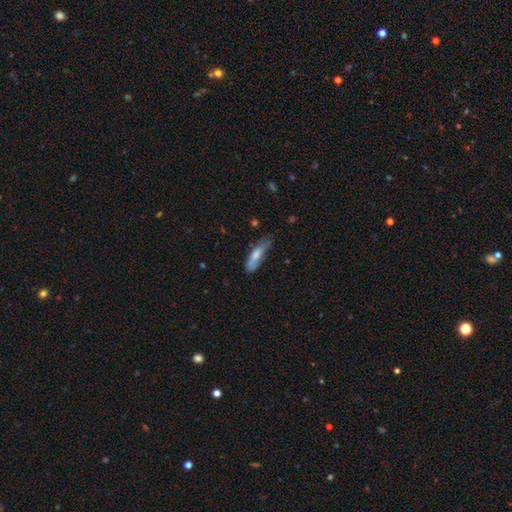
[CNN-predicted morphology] This is likely a smooth galaxy (71%). How rounded: likely cigar-shaped (64%). Merging: possibly none (55%).